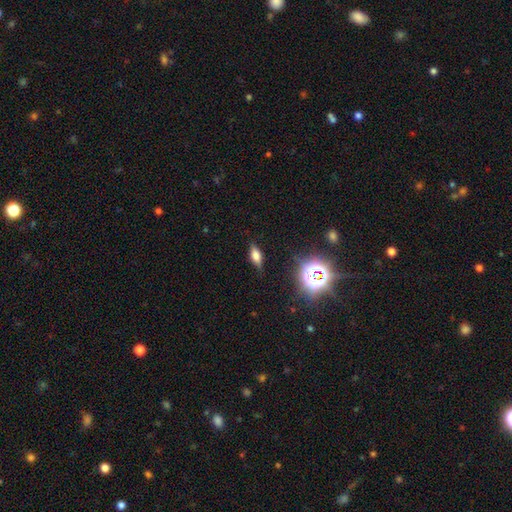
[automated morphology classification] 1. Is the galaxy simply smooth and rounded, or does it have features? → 55% smooth, 29% featured or disk, 15% star or artifact.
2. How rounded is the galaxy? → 67% in between, 26% cigar-shaped, 7% round.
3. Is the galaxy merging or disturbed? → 81% none, 14% minor disturbance, 4% major disturbance, 1% merger.